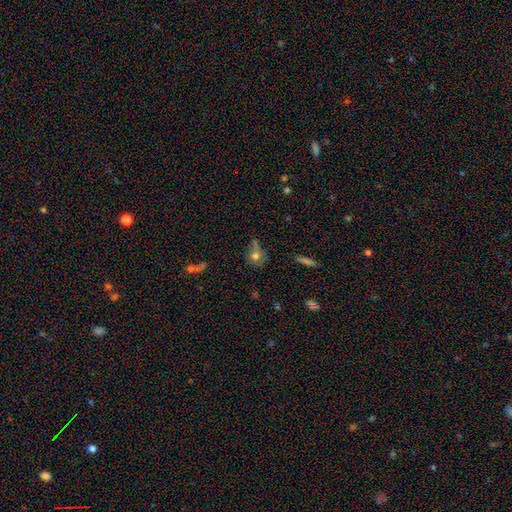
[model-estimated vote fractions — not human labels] Overall: smooth (70%). How rounded: round (74%). Merging: none (50%; minor disturbance 24%).